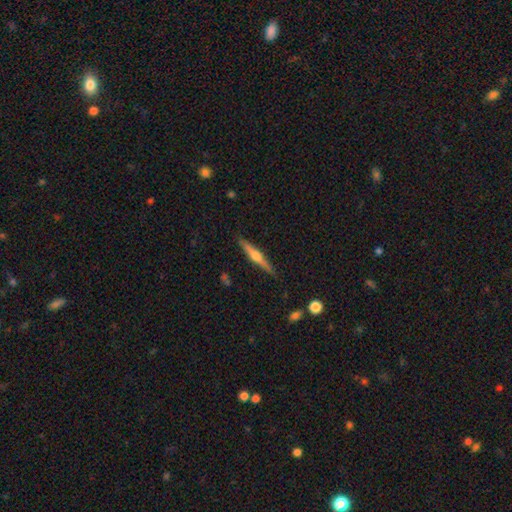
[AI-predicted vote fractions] Smooth or featured: featured or disk — 66% (smooth — 28%)
Edge-on disk: yes — 98% (no — 2%)
Edge-on bulge: rounded — 90% (none — 5%)
Merging: none — 89% (minor disturbance — 8%)